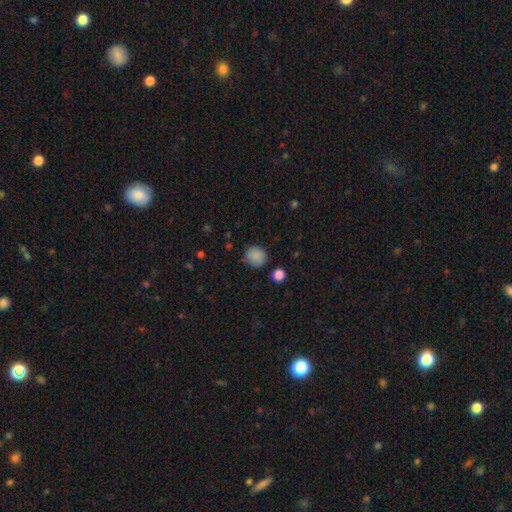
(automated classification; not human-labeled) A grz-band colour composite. It shows a smooth galaxy with no disk features (85%) that is round (83%). Merging: none (75%).